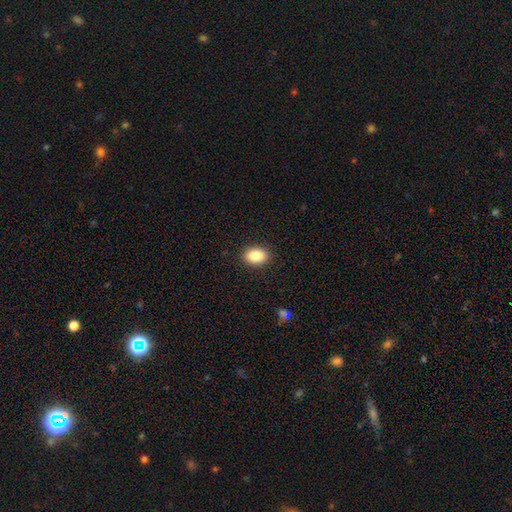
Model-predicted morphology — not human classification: A smooth galaxy with no disk features (85%) that is in between round and cigar-shaped (78%). Merging: none (90%).